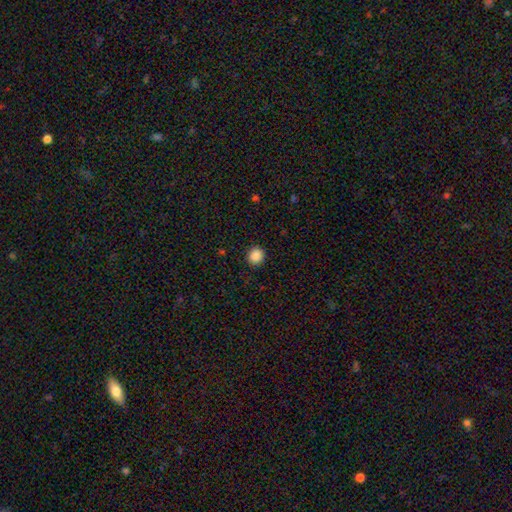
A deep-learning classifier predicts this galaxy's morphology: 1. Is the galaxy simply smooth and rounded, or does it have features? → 88% smooth, 10% star or artifact, 3% featured or disk.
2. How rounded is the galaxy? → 85% round, 14% in between, 1% cigar-shaped.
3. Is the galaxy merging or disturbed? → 91% none, 6% minor disturbance, 2% major disturbance, 1% merger.